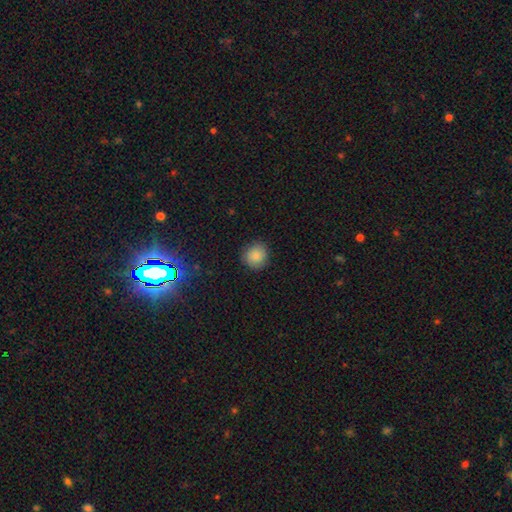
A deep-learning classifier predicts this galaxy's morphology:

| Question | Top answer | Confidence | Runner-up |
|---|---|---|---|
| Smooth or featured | smooth | 86% | star or artifact (9%) |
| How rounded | round | 90% | in between (9%) |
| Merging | none | 87% | minor disturbance (9%) |